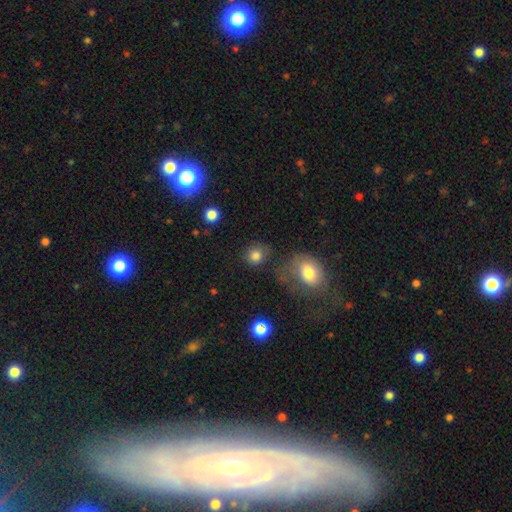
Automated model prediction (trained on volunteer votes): smooth 82%, star or artifact 11%, featured or disk 7%. Down the decision tree: how rounded — round (82%); merging — none (69%).